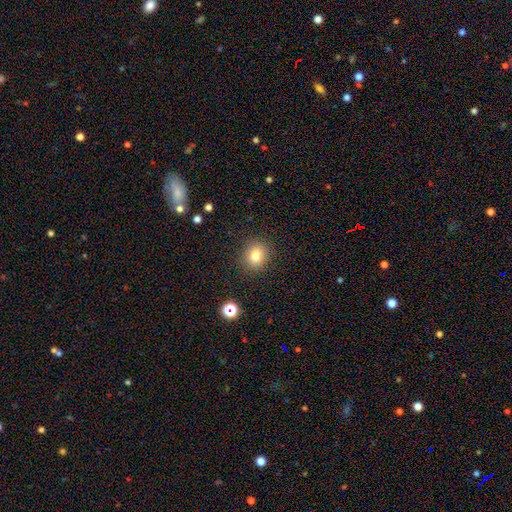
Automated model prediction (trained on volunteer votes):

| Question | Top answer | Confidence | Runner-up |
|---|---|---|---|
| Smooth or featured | smooth | 80% | star or artifact (12%) |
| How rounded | round | 77% | in between (22%) |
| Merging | none | 88% | minor disturbance (8%) |